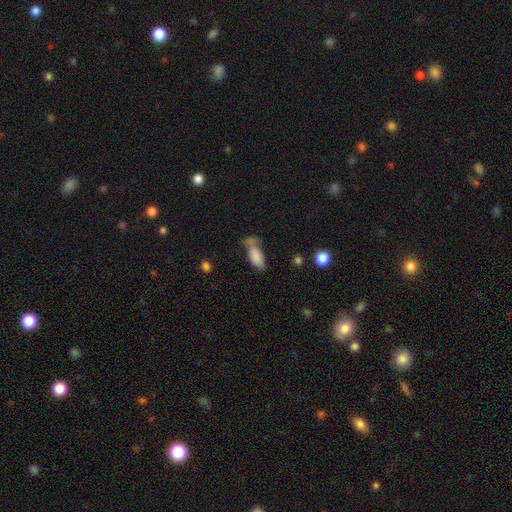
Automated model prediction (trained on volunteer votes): smooth_or_featured: smooth (p=0.83) [alt: featured or disk p=0.09]
how_rounded: in between (p=0.88) [alt: cigar-shaped p=0.09]
merging: none (p=0.41) [alt: merger p=0.28]